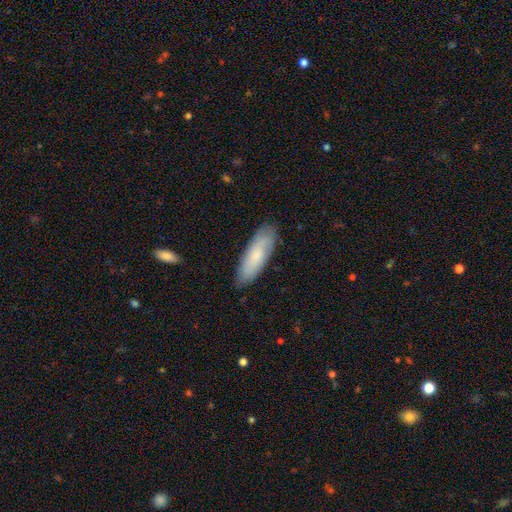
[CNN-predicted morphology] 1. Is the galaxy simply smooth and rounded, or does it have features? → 71% smooth, 22% featured or disk, 6% star or artifact.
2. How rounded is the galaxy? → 56% in between, 42% cigar-shaped, 2% round.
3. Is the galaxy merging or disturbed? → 83% none, 13% minor disturbance, 2% major disturbance, 1% merger.